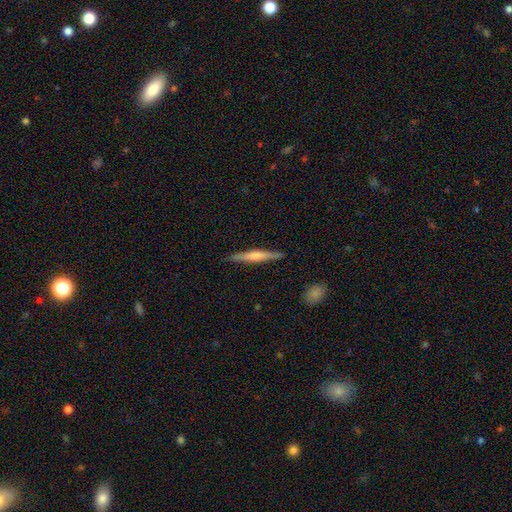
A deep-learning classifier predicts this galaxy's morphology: Smooth or featured? Predicted: featured or disk (p=0.57). Edge-on disk? Predicted: yes (p=0.98). Edge-on bulge? Predicted: rounded (p=0.52). Merging? Predicted: none (p=0.90).